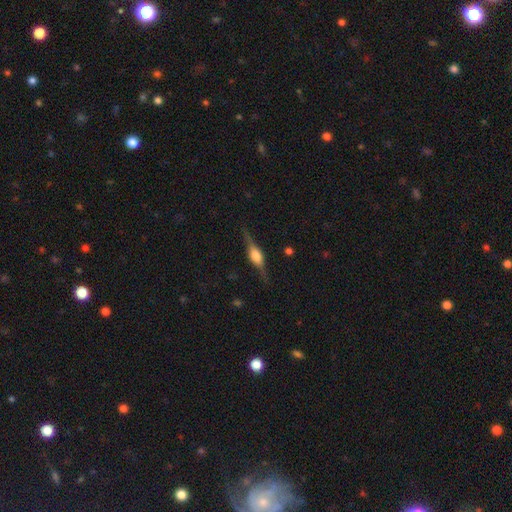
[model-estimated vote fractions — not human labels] A featured or disk galaxy (76%) viewed edge-on (97%) with a rounded central bulge (86%). Merging: none (85%).